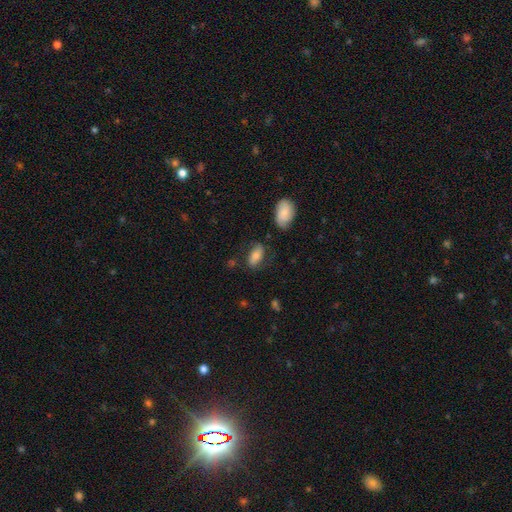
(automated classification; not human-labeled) Smooth or featured: smooth — 65% (featured or disk — 26%)
How rounded: in between — 89% (cigar-shaped — 6%)
Merging: none — 62% (minor disturbance — 23%)